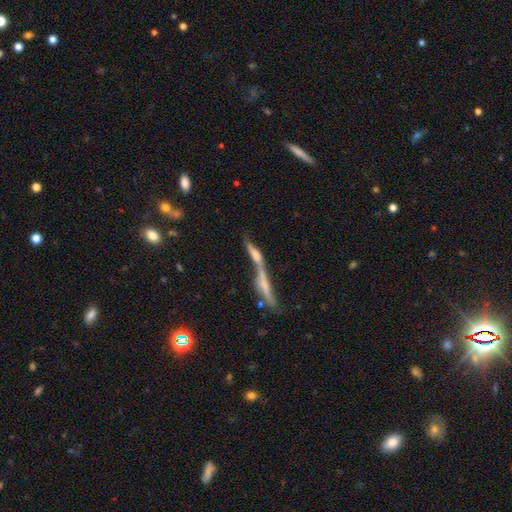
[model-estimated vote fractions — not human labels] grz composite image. It shows a featured or disk galaxy (52%) viewed edge-on (66%). Merging: merger (67%).